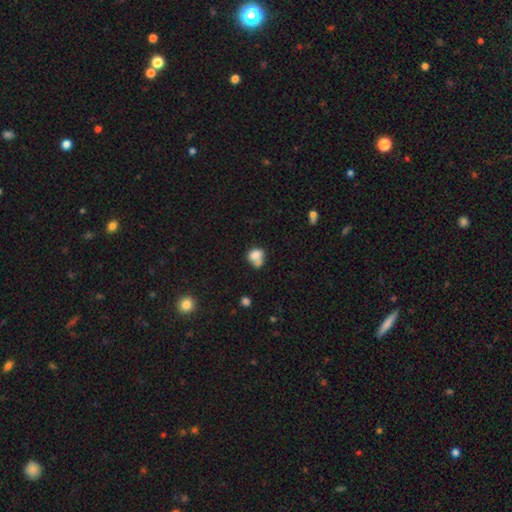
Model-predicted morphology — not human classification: Smooth or featured? smooth (76%)
How rounded? in between (53%)
Merging? merger (41%)